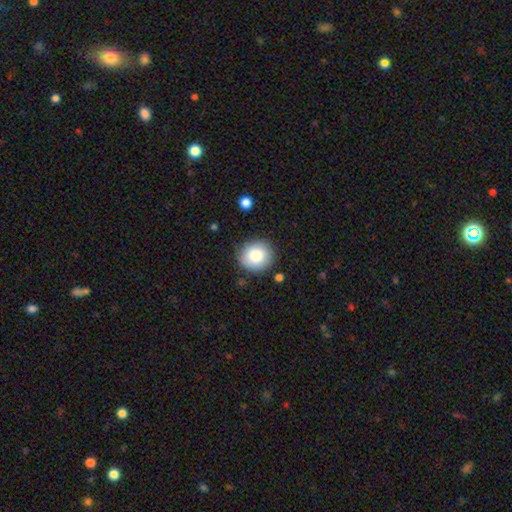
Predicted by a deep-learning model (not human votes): Morphology: type=smooth (82%); roundness=round (87%); merging=none (85%).